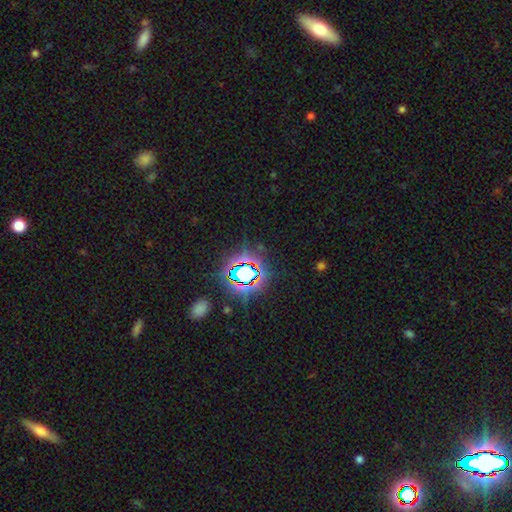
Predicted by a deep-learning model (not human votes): This is likely a star or artifact rather than a galaxy (78%).